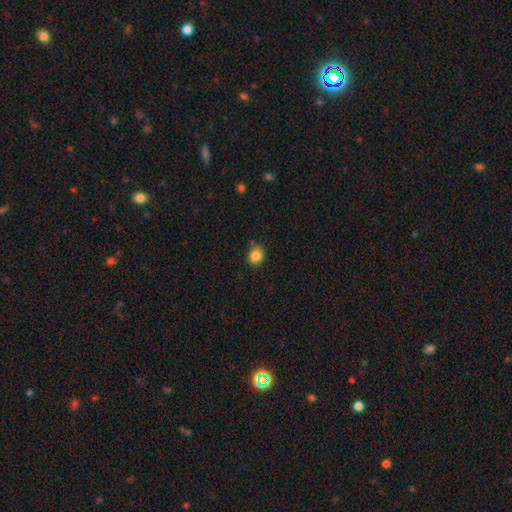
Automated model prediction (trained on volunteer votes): The model was most divided on "how rounded": round: 58%, in between: 41%, cigar-shaped: 1%. More confident: smooth or featured — smooth (86%); merging — none (78%).